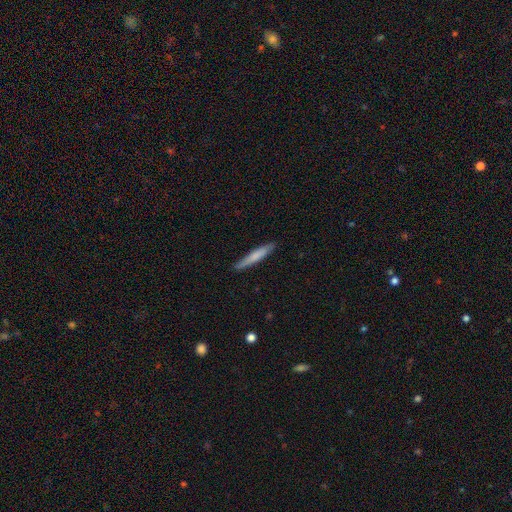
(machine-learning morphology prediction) Smooth or featured? Predicted: smooth (p=0.71). How rounded? Predicted: cigar-shaped (p=0.94). Merging? Predicted: none (p=0.87).